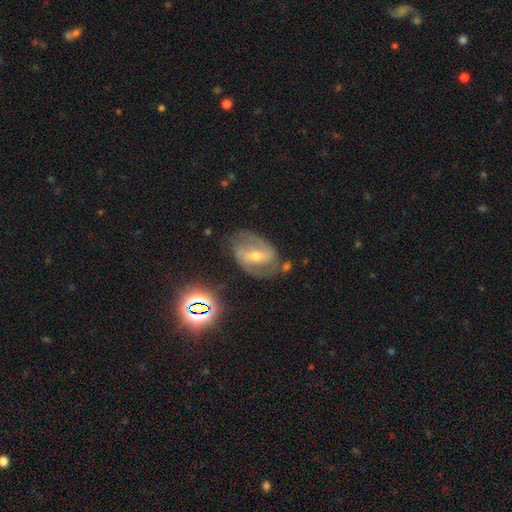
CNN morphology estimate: A featured or disk galaxy (78%) with a strong bar (46%), 2 (84%) medium (50%) spiral arms (89%) and a moderate central bulge (55%).

Vote fractions:
- Smooth or featured? featured or disk: 78% / smooth: 12% / star or artifact: 10%
- Edge-on disk? no: 96% / yes: 4%
- Bar? strong: 46% / weak: 37% / no: 17%
- Spiral arms? yes: 89% / no: 11%
- Spiral winding? medium: 50% / tight: 29% / loose: 21%
- Spiral arm count? 2: 84% / can't tell: 9% / 3: 3% / 1: 2% / 4: 1% / more than 4: 1%
- Bulge size? moderate: 55% / small: 41% / large: 2% / none: 1% / dominant: 1%
- Merging? none: 71% / minor disturbance: 18% / major disturbance: 8% / merger: 3%